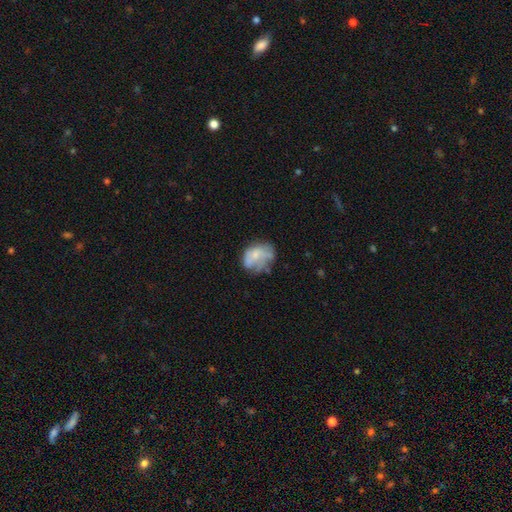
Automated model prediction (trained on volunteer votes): This is possibly a smooth galaxy (53%). How rounded: possibly in between (60%). Merging: marginally none (42%).